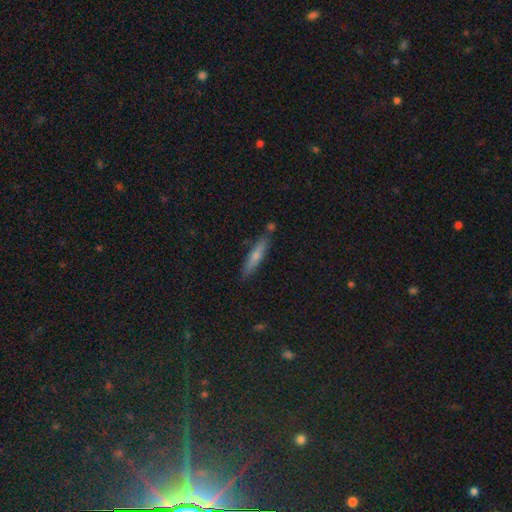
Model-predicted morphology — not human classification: Overall: smooth (59%; featured or disk 34%). How rounded: cigar-shaped (87%). Merging: none (80%).